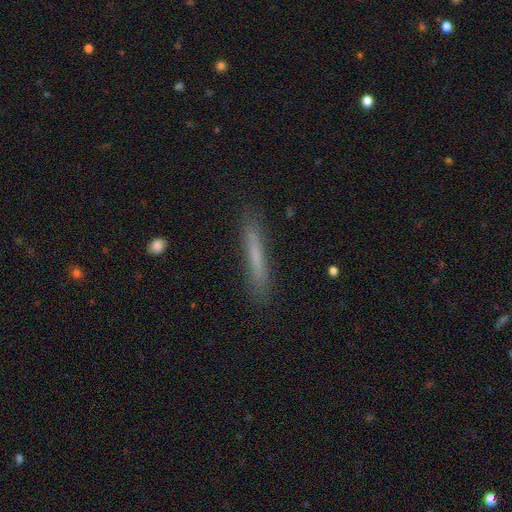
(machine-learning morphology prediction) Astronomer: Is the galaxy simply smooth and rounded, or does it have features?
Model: smooth — 66%.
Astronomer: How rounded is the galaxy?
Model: cigar-shaped — 95%.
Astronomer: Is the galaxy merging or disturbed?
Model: none — 87%.